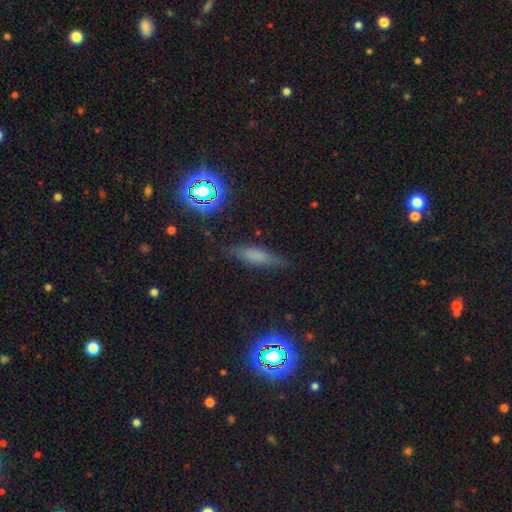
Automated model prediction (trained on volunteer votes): Smooth or featured? Predicted: smooth (p=0.60). How rounded? Predicted: cigar-shaped (p=0.61). Merging? Predicted: none (p=0.77).